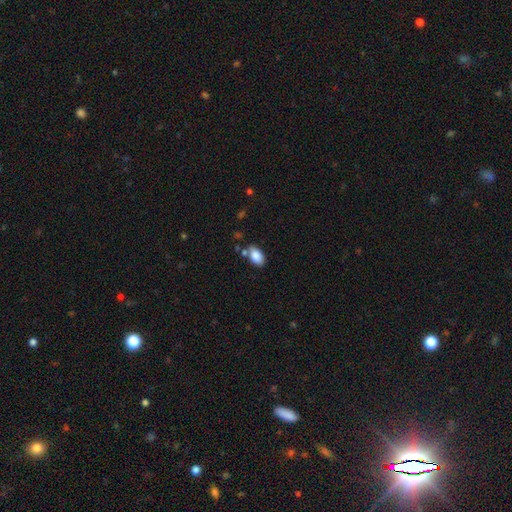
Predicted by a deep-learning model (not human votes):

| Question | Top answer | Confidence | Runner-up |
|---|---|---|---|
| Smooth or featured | smooth | 86% | star or artifact (8%) |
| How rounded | in between | 93% | round (5%) |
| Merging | none | 70% | minor disturbance (15%) |